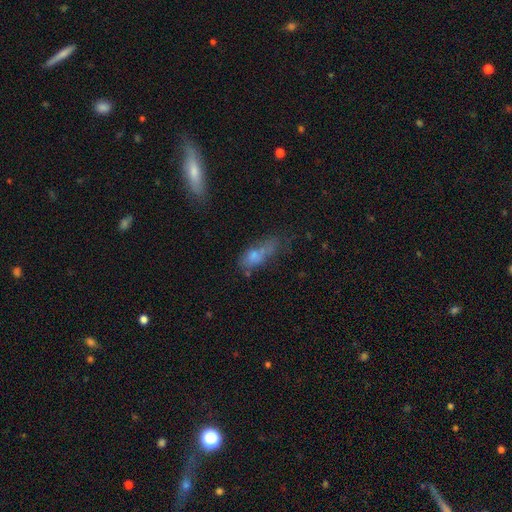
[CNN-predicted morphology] Smooth or featured?
  - smooth: 63% *
  - featured or disk: 22%
  - star or artifact: 14%
How rounded?
  - in between: 62% *
  - cigar-shaped: 31%
  - round: 7%
Merging?
  - none: 31% *
  - minor disturbance: 24%
  - major disturbance: 24%
  - merger: 21%